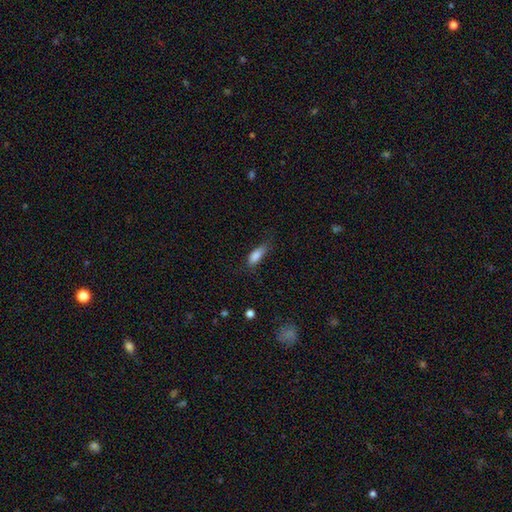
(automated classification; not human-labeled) Smooth or featured: smooth — 84% (featured or disk — 8%)
How rounded: in between — 73% (cigar-shaped — 25%)
Merging: none — 56% (minor disturbance — 30%)